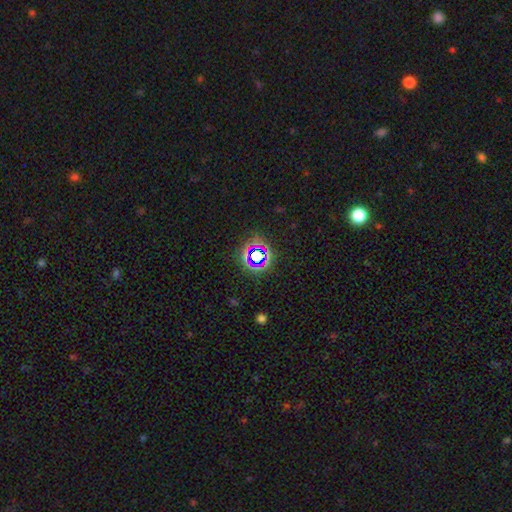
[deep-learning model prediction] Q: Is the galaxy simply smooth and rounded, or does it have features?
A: star or artifact — 68%.